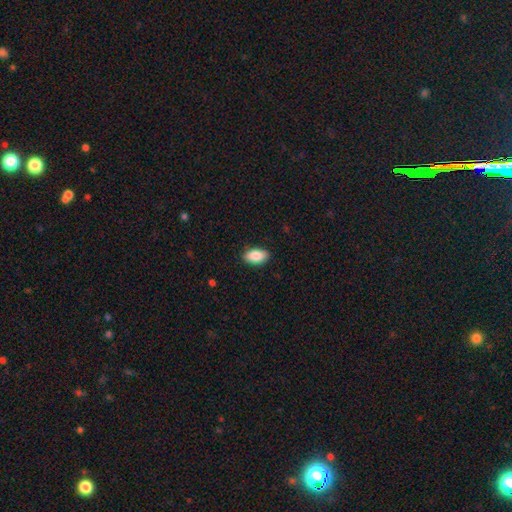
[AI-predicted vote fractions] Morphology: type=smooth (88%); roundness=in between (93%); merging=none (88%).